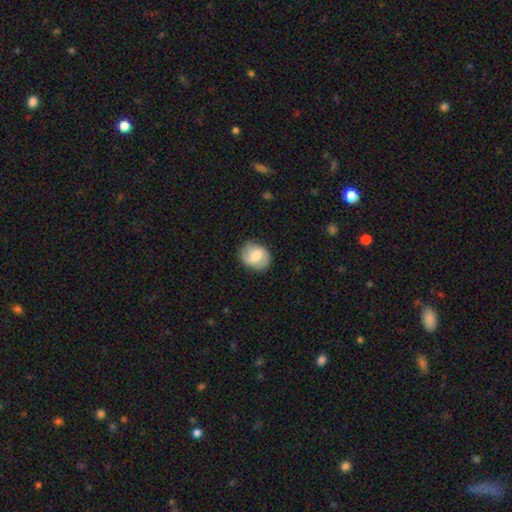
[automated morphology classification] smooth 57%, featured or disk 36%, star or artifact 7%. Down the decision tree: how rounded — round (58%); merging — none (81%).